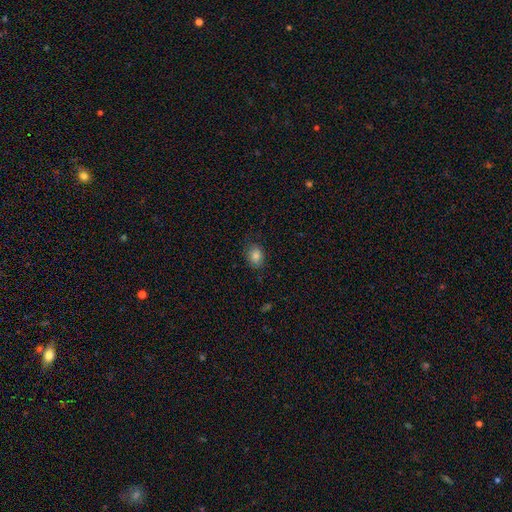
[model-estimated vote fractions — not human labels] Smooth or featured? Predicted: smooth (p=0.83). How rounded? Predicted: in between (p=0.66). Merging? Predicted: none (p=0.78).